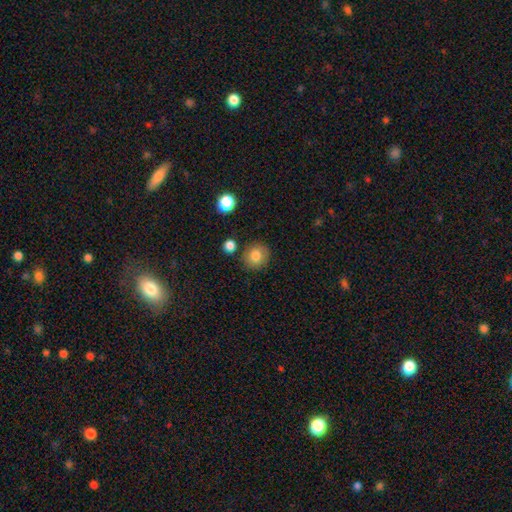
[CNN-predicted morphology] The model was most divided on "how rounded": round: 82%, in between: 17%, cigar-shaped: 1%. More confident: merging — none (84%); smooth or featured — smooth (82%).